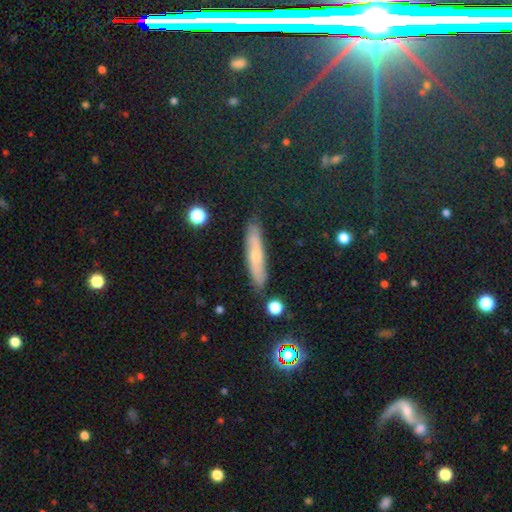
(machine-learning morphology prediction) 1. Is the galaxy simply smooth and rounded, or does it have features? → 52% smooth, 38% featured or disk, 10% star or artifact.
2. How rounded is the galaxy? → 83% cigar-shaped, 15% in between, 3% round.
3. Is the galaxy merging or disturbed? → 83% none, 12% minor disturbance, 2% major disturbance, 2% merger.